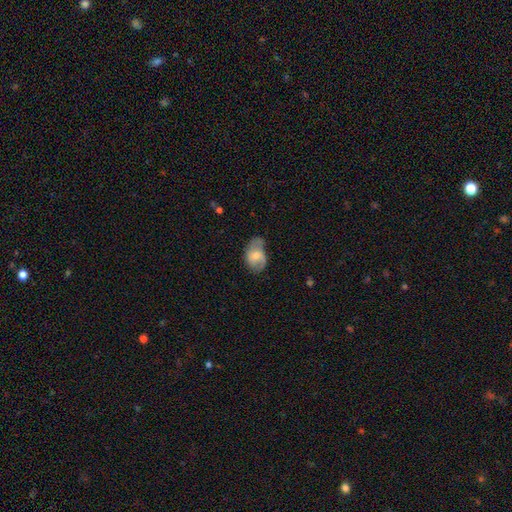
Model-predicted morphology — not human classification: smooth-or-featured: smooth: 47% | featured or disk: 46% | star or artifact: 7%
  merging: none: 46% | minor disturbance: 35% | major disturbance: 16% | merger: 3%